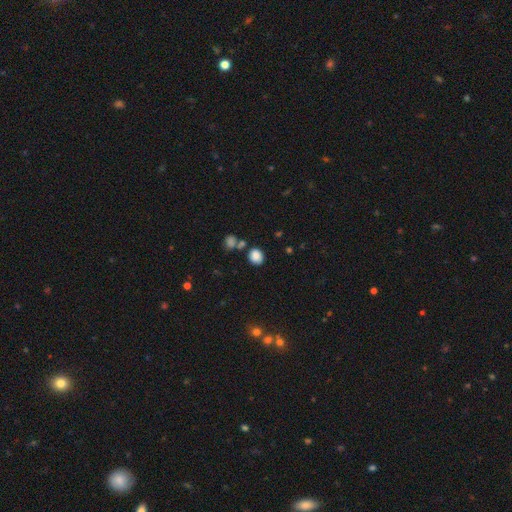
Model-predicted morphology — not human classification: smooth 84%, star or artifact 11%, featured or disk 5%. Down the decision tree: how rounded — round (65%); merging — none (69%).